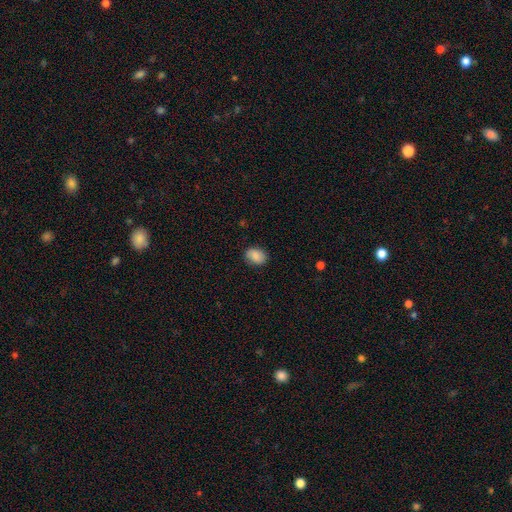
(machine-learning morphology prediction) Q: Smooth or featured?
A: smooth (87%); runner-up: star or artifact (7%)
Q: How rounded?
A: in between (66%); runner-up: round (33%)
Q: Merging?
A: none (87%); runner-up: minor disturbance (10%)